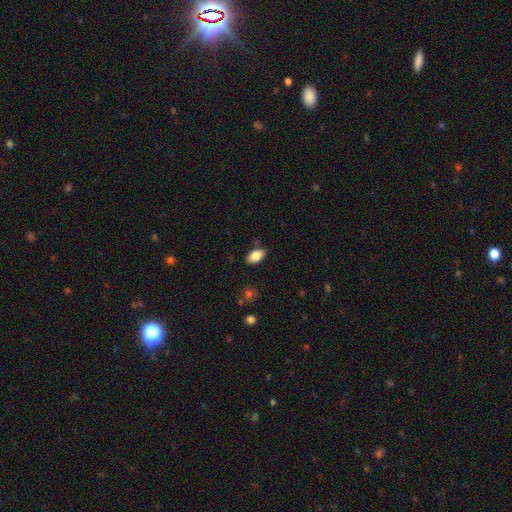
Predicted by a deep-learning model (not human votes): smooth-or-featured: smooth: 84% | featured or disk: 8% | star or artifact: 7%
  how-rounded: in between: 92% | round: 4% | cigar-shaped: 3%
  merging: none: 83% | minor disturbance: 12% | major disturbance: 2% | merger: 2%